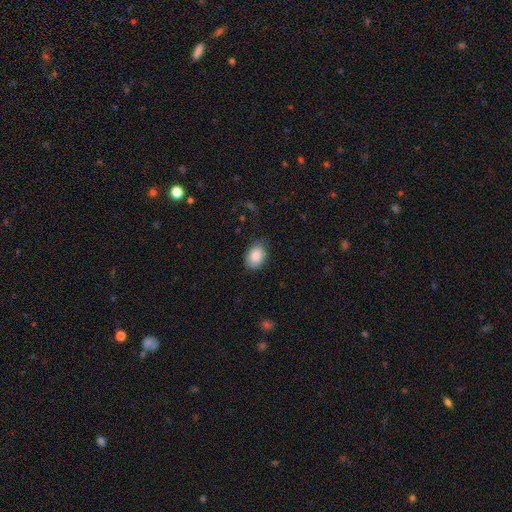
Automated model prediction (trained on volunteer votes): Smooth or featured? Predicted: smooth (p=0.87). How rounded? Predicted: in between (p=0.73). Merging? Predicted: none (p=0.77).